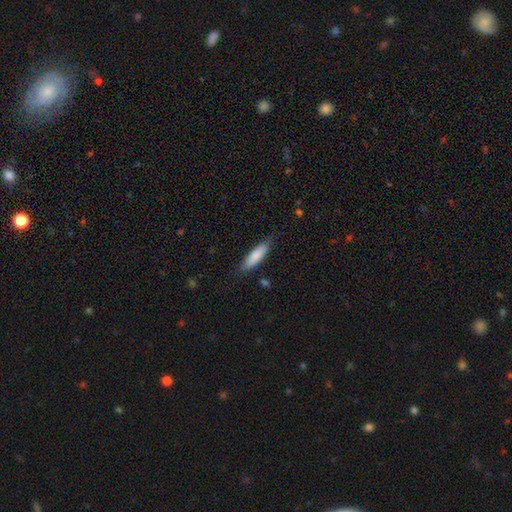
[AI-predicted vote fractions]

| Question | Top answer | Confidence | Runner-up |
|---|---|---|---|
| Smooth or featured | smooth | 83% | featured or disk (12%) |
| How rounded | cigar-shaped | 67% | in between (32%) |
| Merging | none | 81% | minor disturbance (15%) |